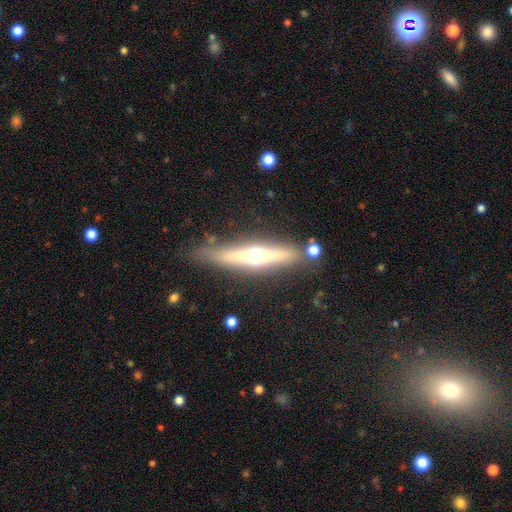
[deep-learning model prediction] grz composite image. It shows a featured or disk galaxy (68%) viewed edge-on (95%) with a rounded central bulge (92%). Merging: none (80%).